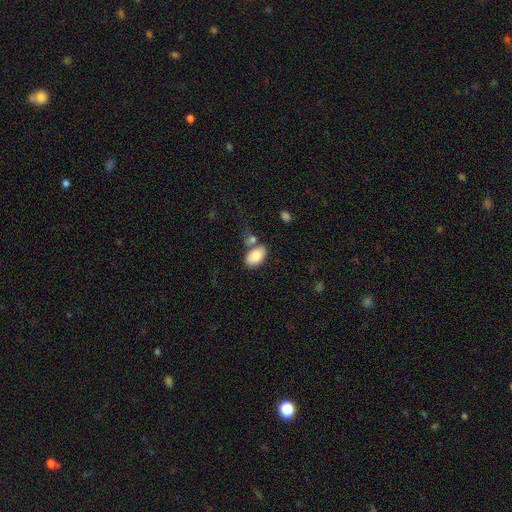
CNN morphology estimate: This is clearly a smooth galaxy (81%). How rounded: clearly in between (91%). Merging: possibly none (57%).